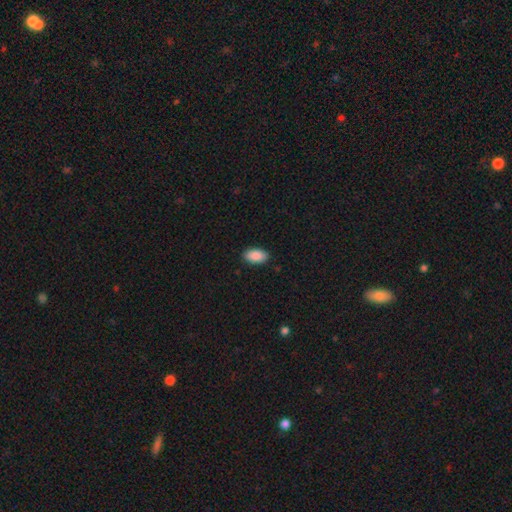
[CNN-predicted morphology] Smooth or featured?
  - smooth: 89% *
  - star or artifact: 7%
  - featured or disk: 4%
How rounded?
  - in between: 94% *
  - round: 3%
  - cigar-shaped: 2%
Merging?
  - none: 89% *
  - minor disturbance: 8%
  - major disturbance: 2%
  - merger: 1%